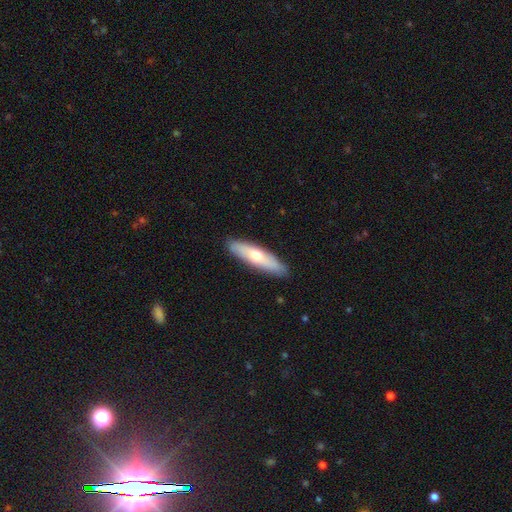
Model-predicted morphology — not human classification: Smooth or featured?
  - smooth: 56% *
  - featured or disk: 38%
  - star or artifact: 5%
How rounded?
  - cigar-shaped: 70% *
  - in between: 28%
  - round: 2%
Merging?
  - none: 89% *
  - minor disturbance: 8%
  - major disturbance: 2%
  - merger: 1%